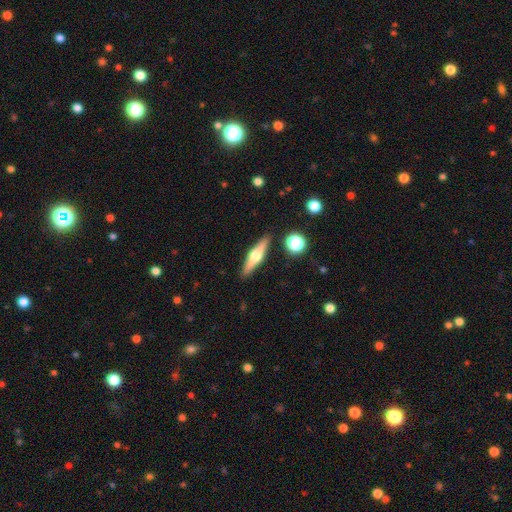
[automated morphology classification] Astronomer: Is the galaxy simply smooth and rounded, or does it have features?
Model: featured or disk — 62%.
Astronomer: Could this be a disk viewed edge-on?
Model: yes — 95%.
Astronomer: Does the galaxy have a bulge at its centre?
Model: rounded — 94%.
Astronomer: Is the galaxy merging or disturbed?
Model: none — 89%.